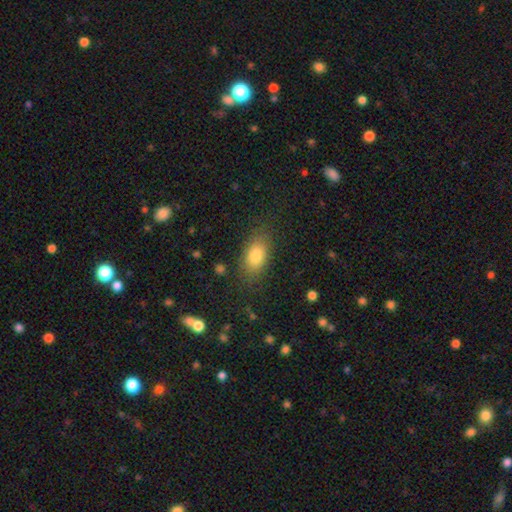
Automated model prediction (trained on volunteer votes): Smooth or featured?
  - smooth: 80% *
  - featured or disk: 11%
  - star or artifact: 9%
How rounded?
  - in between: 86% *
  - round: 8%
  - cigar-shaped: 6%
Merging?
  - none: 81% *
  - minor disturbance: 13%
  - major disturbance: 5%
  - merger: 1%